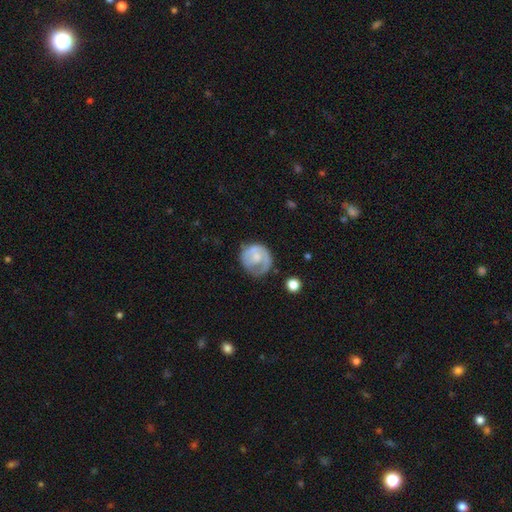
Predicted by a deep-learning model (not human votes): smooth_or_featured: featured or disk (p=0.55) [alt: smooth p=0.39]
disk_edge_on: no (p=0.98) [alt: yes p=0.02]
bar: no (p=0.70) [alt: weak p=0.26]
has_spiral_arms: yes (p=0.68) [alt: no p=0.32]
bulge_size: moderate (p=0.38) [alt: small p=0.36]
merging: none (p=0.55) [alt: minor disturbance p=0.25]